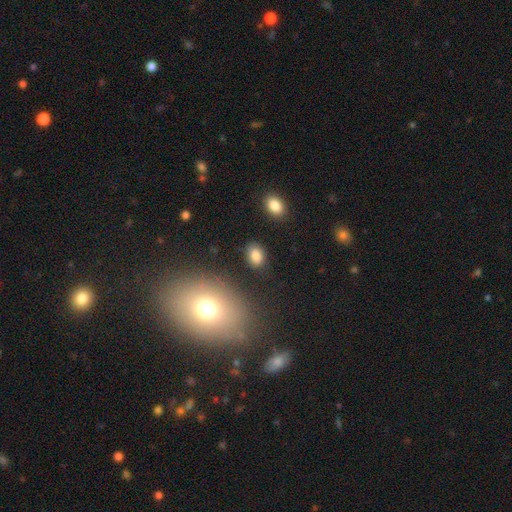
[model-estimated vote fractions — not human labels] Q: Smooth or featured?
A: smooth (83%); runner-up: star or artifact (10%)
Q: How rounded?
A: in between (77%); runner-up: round (21%)
Q: Merging?
A: none (80%); runner-up: minor disturbance (13%)